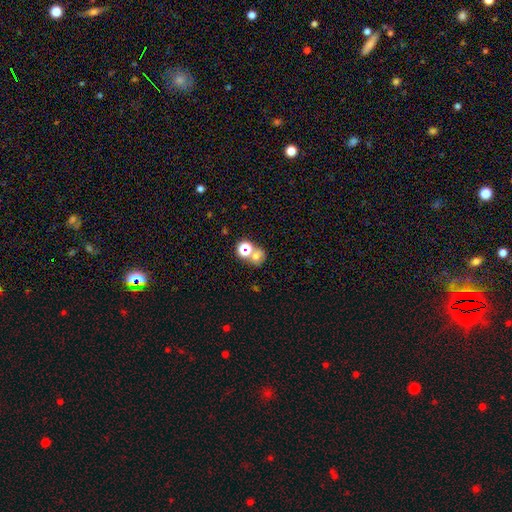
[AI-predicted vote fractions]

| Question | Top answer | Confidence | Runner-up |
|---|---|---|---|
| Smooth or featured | smooth | 58% | star or artifact (28%) |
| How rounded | round | 71% | in between (27%) |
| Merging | none | 51% | merger (35%) |